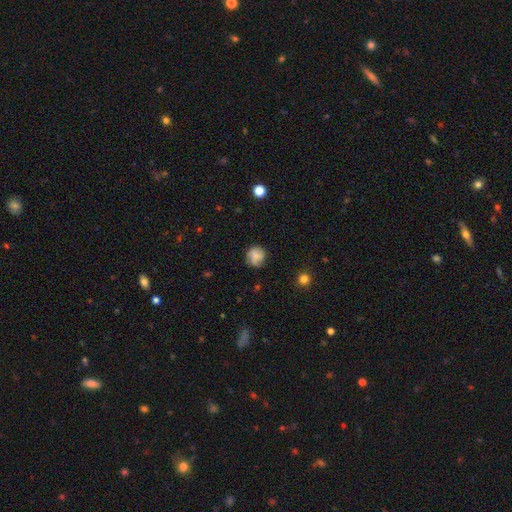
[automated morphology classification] Smooth or featured?
  - smooth: 60% *
  - featured or disk: 31%
  - star or artifact: 10%
How rounded?
  - round: 84% *
  - in between: 15%
  - cigar-shaped: 1%
Merging?
  - none: 72% *
  - minor disturbance: 19%
  - major disturbance: 6%
  - merger: 2%